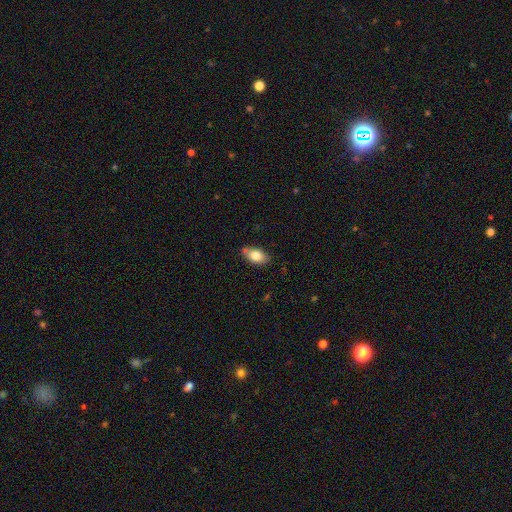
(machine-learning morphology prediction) Q: Smooth or featured?
A: smooth (79%); runner-up: featured or disk (14%)
Q: How rounded?
A: in between (90%); runner-up: round (7%)
Q: Merging?
A: none (74%); runner-up: minor disturbance (19%)